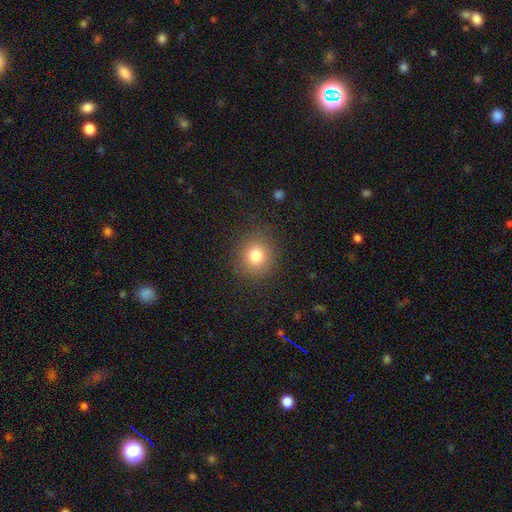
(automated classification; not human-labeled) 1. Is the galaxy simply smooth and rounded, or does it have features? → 79% smooth, 12% star or artifact, 9% featured or disk.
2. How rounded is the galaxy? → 85% round, 14% in between, 1% cigar-shaped.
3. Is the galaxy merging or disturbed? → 87% none, 8% minor disturbance, 4% major disturbance, 1% merger.